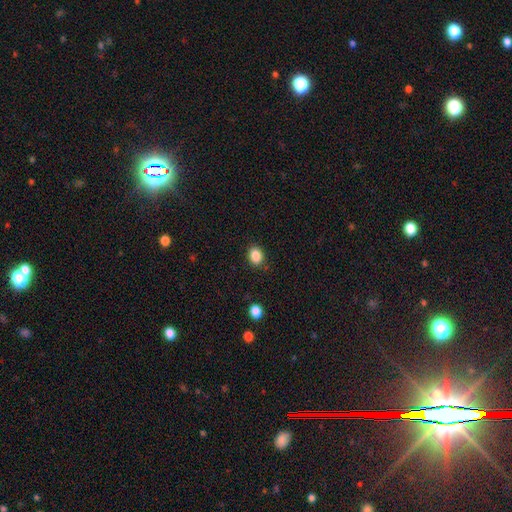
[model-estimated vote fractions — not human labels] Smooth or featured?
  - smooth: 87% *
  - star or artifact: 10%
  - featured or disk: 4%
How rounded?
  - in between: 60% *
  - round: 39%
  - cigar-shaped: 1%
Merging?
  - none: 87% *
  - minor disturbance: 9%
  - major disturbance: 2%
  - merger: 2%